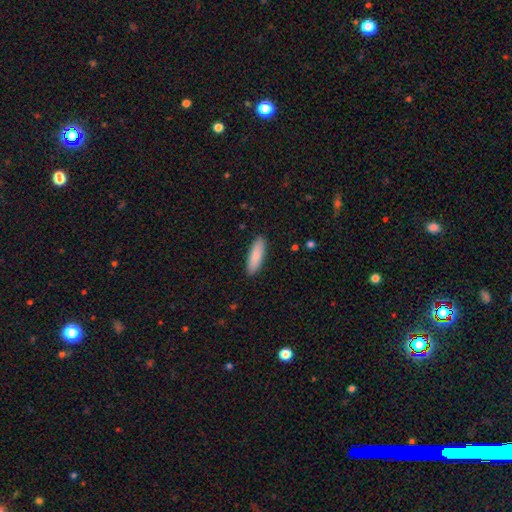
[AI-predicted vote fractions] A smooth galaxy with no disk features (87%) that is cigar-shaped (53%).

Vote fractions:
- Smooth or featured? smooth: 87% / featured or disk: 8% / star or artifact: 5%
- How rounded? cigar-shaped: 53% / in between: 45% / round: 1%
- Merging? none: 90% / minor disturbance: 8% / major disturbance: 2% / merger: 1%